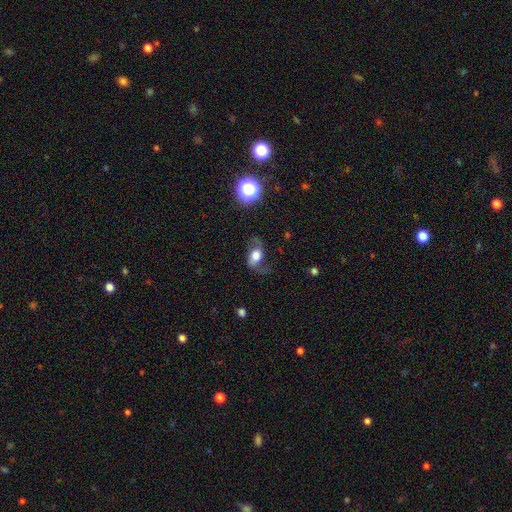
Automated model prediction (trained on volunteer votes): The model was most divided on "smooth or featured": featured or disk: 49%, smooth: 41%, star or artifact: 11%. More confident: merging — none (60%).